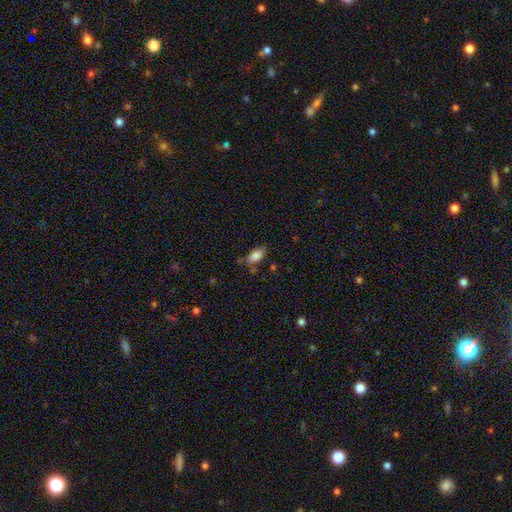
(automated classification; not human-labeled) Smooth or featured?
  - smooth: 84% *
  - star or artifact: 8%
  - featured or disk: 8%
How rounded?
  - in between: 91% *
  - round: 5%
  - cigar-shaped: 5%
Merging?
  - none: 67% *
  - minor disturbance: 22%
  - merger: 6%
  - major disturbance: 5%